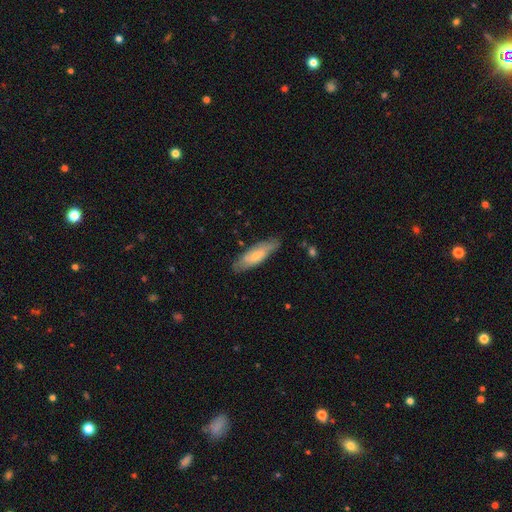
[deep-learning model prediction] Morphology: type=smooth (54%); roundness=in between (50%); merging=none (75%).